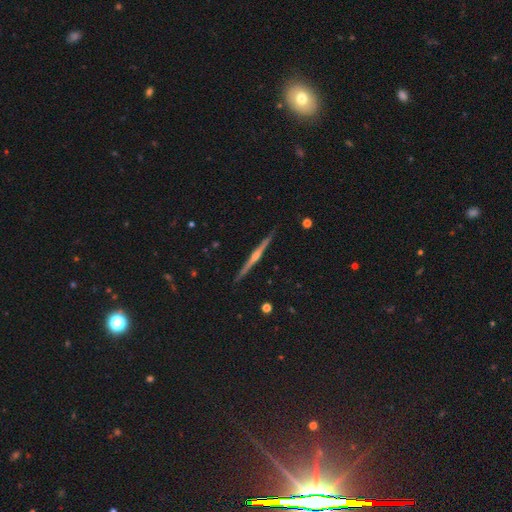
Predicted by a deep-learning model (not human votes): Q: Smooth or featured?
A: featured or disk (78%); runner-up: smooth (16%)
Q: Edge-on disk?
A: yes (99%); runner-up: no (1%)
Q: Edge-on bulge?
A: rounded (72%); runner-up: none (21%)
Q: Merging?
A: none (91%); runner-up: minor disturbance (6%)